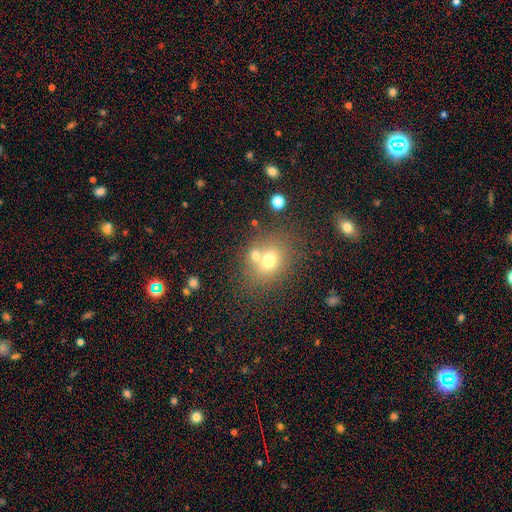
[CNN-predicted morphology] The model was most divided on "how rounded": round: 55%, in between: 43%, cigar-shaped: 1%. Remaining: smooth or featured — smooth (66%); merging — none (49%).